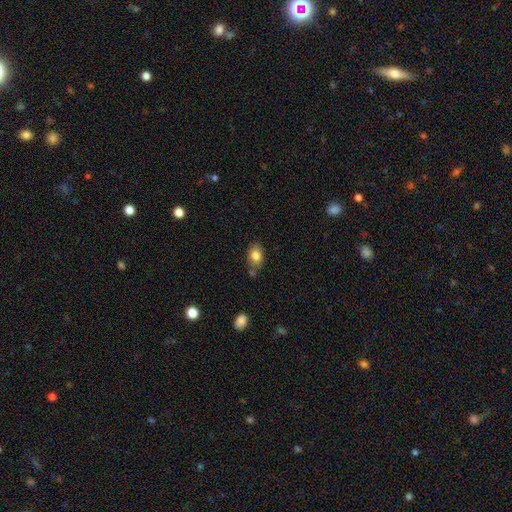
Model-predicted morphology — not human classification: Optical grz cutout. It shows a smooth galaxy with no disk features (82%) that is in between round and cigar-shaped (76%). Merging: none (68%).